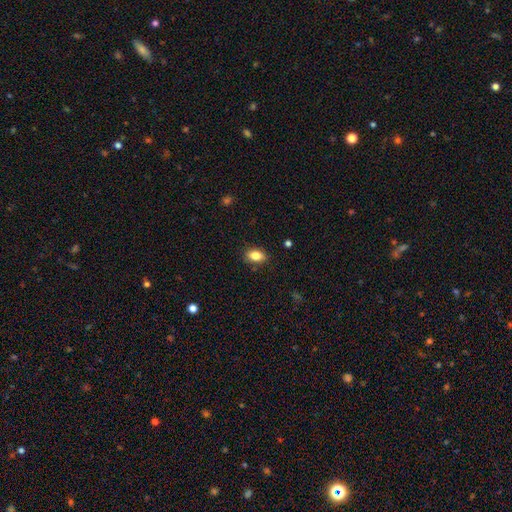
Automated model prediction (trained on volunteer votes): A smooth galaxy with no disk features (83%) that is in between round and cigar-shaped (85%).

Vote fractions:
- Smooth or featured? smooth: 83% / star or artifact: 9% / featured or disk: 9%
- How rounded? in between: 85% / round: 12% / cigar-shaped: 3%
- Merging? none: 85% / minor disturbance: 11% / major disturbance: 2% / merger: 1%